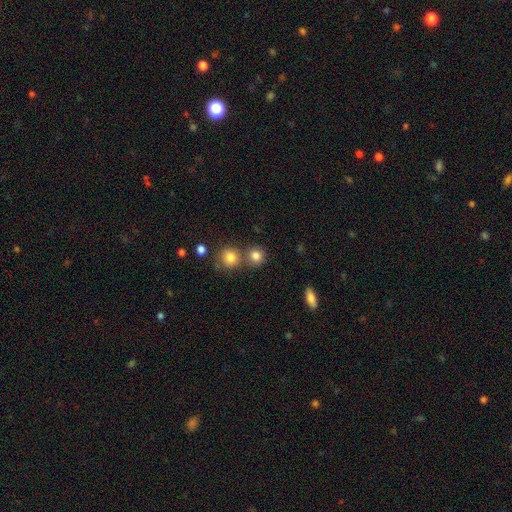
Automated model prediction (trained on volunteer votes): smooth 82%, star or artifact 12%, featured or disk 6%. Down the decision tree: how rounded — round (87%); merging — none (62%).